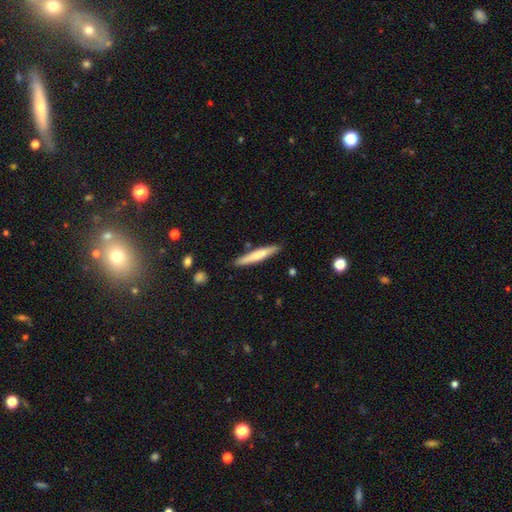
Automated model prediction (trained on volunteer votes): Smooth or featured? smooth (61%)
How rounded? cigar-shaped (93%)
Merging? none (86%)